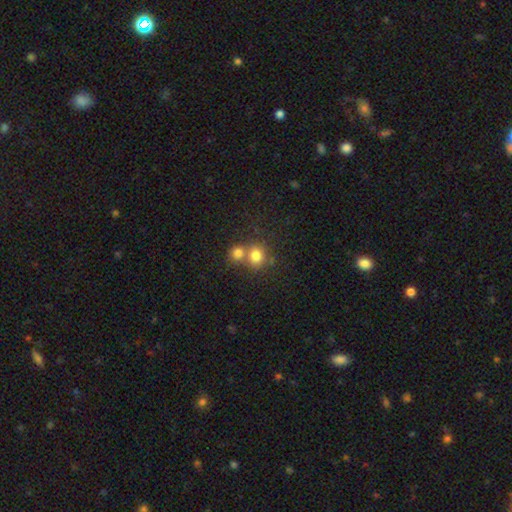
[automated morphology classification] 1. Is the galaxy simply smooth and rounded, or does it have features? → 78% smooth, 12% star or artifact, 10% featured or disk.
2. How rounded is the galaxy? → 79% round, 20% in between, 1% cigar-shaped.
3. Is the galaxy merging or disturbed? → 50% merger, 41% none, 7% minor disturbance, 3% major disturbance.